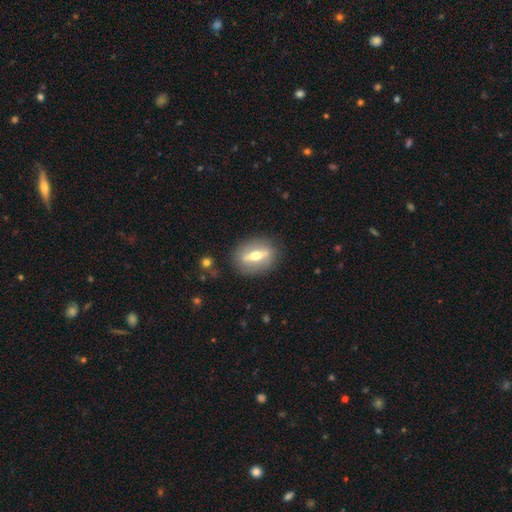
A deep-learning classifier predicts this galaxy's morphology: A featured or disk galaxy (64%) with not edge-on (50%, tied with yes). Merging: none (86%).